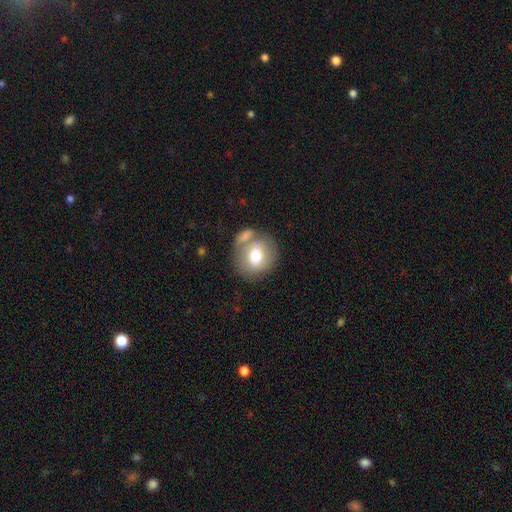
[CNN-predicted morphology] Overall: smooth (66%). How rounded: round (77%). Merging: none (55%; merger 25%).